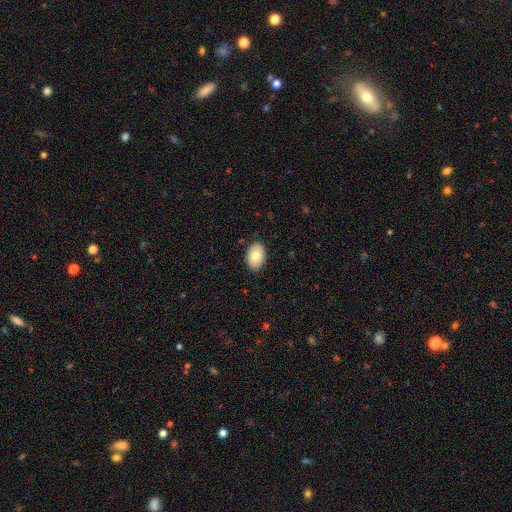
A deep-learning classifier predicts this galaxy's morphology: The model was most divided on "smooth or featured": smooth: 79%, featured or disk: 14%, star or artifact: 7%. More confident: how rounded — in between (88%); merging — none (87%).